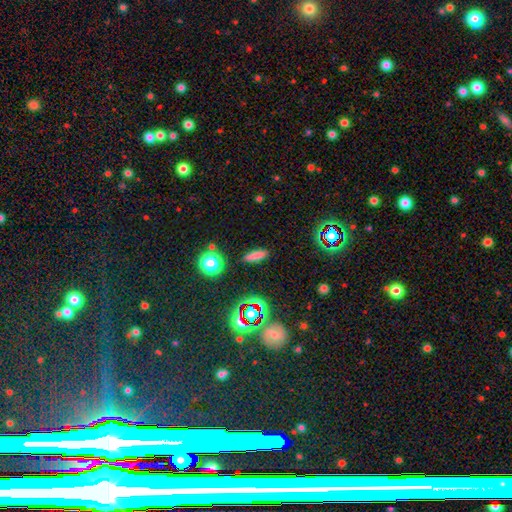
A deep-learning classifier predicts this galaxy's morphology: This appears to be a smooth galaxy with no disk features (76%) that is cigar-shaped (74%). Merging: none (88%).